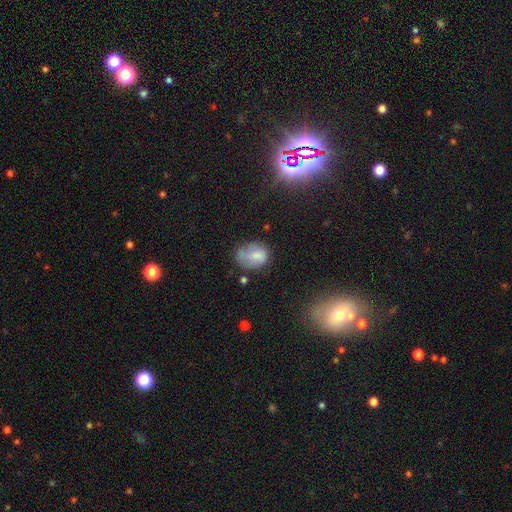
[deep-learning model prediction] This appears to be a smooth galaxy with no disk features (69%) that is in between round and cigar-shaped (64%). Merging: none (46%).